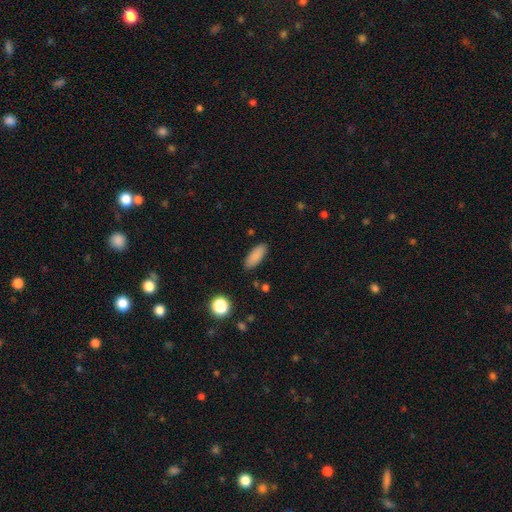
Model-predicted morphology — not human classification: This is clearly a smooth galaxy (87%). How rounded: likely in between (74%). Merging: clearly none (87%).